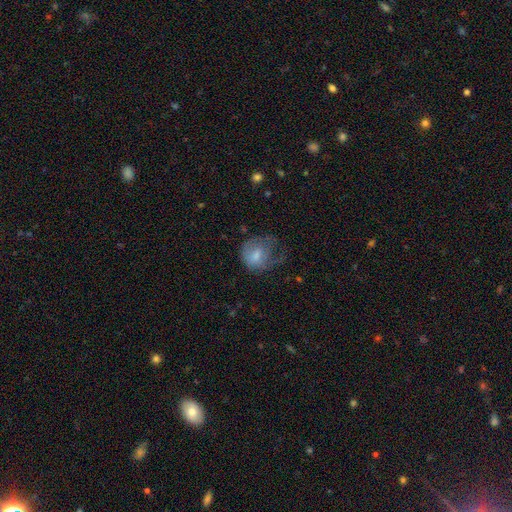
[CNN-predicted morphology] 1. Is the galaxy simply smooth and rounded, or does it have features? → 62% smooth, 29% featured or disk, 9% star or artifact.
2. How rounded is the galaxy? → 57% round, 42% in between, 1% cigar-shaped.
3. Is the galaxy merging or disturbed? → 45% major disturbance, 27% minor disturbance, 26% none, 2% merger.